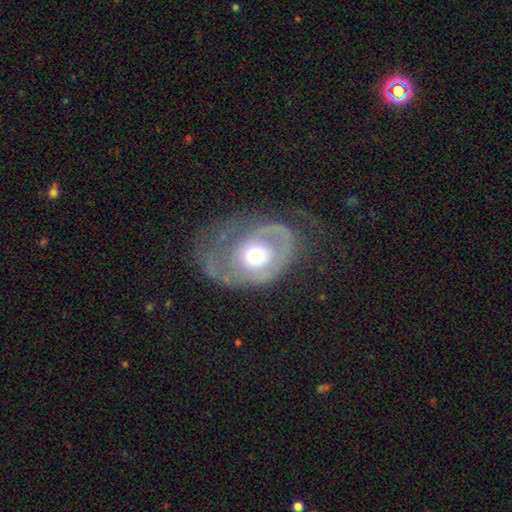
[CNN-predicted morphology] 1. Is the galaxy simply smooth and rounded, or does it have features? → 65% featured or disk, 28% smooth, 7% star or artifact.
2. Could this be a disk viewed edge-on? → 95% no, 5% yes.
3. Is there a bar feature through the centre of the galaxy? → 81% no, 15% weak, 4% strong.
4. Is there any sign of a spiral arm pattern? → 61% yes, 39% no.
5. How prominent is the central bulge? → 66% moderate, 20% large, 11% small, 2% dominant, 1% none.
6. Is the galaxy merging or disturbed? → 39% major disturbance, 34% none, 24% minor disturbance, 2% merger.